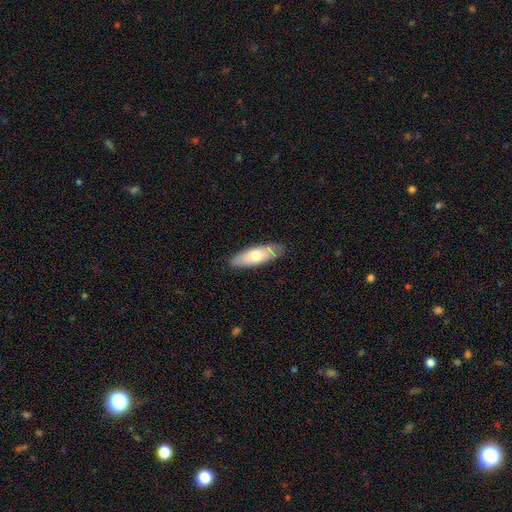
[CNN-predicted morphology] Smooth or featured?
  - smooth: 63% *
  - featured or disk: 32%
  - star or artifact: 6%
How rounded?
  - in between: 59% *
  - cigar-shaped: 39%
  - round: 2%
Merging?
  - none: 82% *
  - minor disturbance: 14%
  - major disturbance: 3%
  - merger: 1%